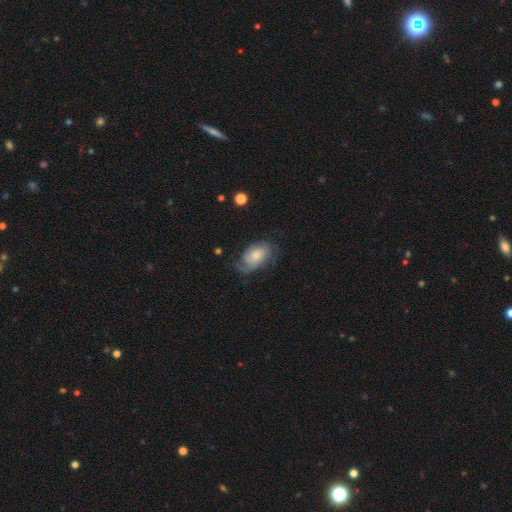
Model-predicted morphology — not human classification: Smooth or featured? Predicted: featured or disk (p=0.53). Edge-on disk? Predicted: no (p=0.95). Bar? Predicted: no (p=0.73). Spiral arms? Predicted: yes (p=0.85). Bulge size? Predicted: moderate (p=0.41). Merging? Predicted: none (p=0.54).